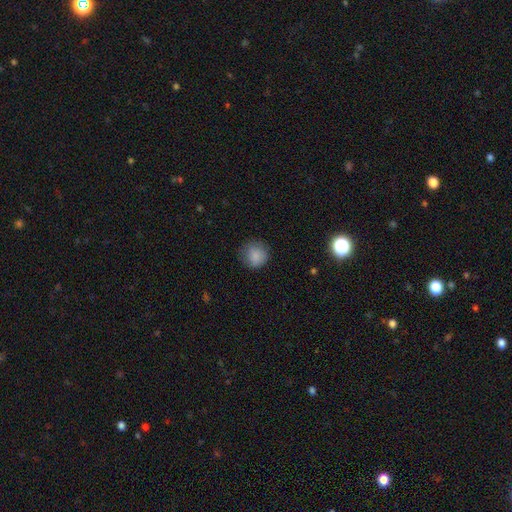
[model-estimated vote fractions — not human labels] Smooth or featured? Predicted: smooth (p=0.86). How rounded? Predicted: round (p=0.90). Merging? Predicted: none (p=0.79).